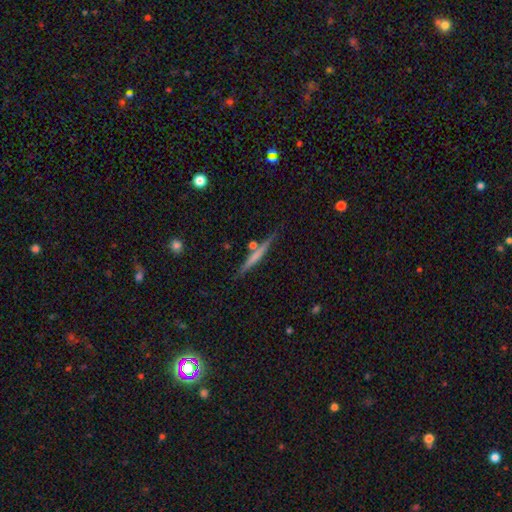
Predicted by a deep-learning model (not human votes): smooth-or-featured: smooth: 47% | featured or disk: 46% | star or artifact: 6%
  merging: none: 81% | minor disturbance: 11% | merger: 6% | major disturbance: 2%